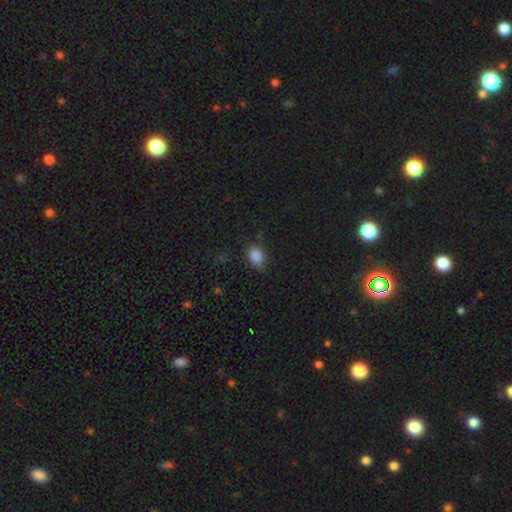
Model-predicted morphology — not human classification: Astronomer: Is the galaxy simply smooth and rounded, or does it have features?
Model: smooth — 83%.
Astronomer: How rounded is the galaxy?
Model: in between — 74%.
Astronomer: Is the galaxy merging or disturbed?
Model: none — 65%.